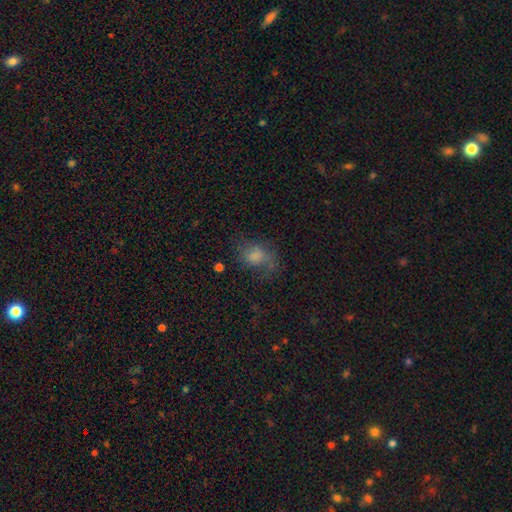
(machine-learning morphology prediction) Q: Smooth or featured?
A: smooth (51%); runner-up: featured or disk (34%)
Q: How rounded?
A: in between (60%); runner-up: round (38%)
Q: Merging?
A: none (46%); runner-up: major disturbance (27%)